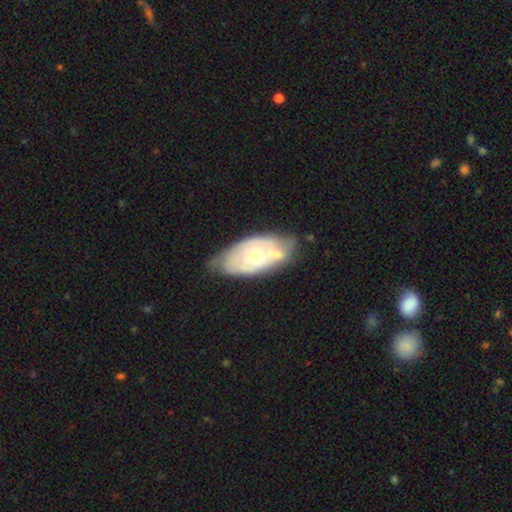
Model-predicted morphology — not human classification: This appears to be a featured or disk galaxy (63%) with no bar (82%), spiral arms (52%) and a moderate central bulge (61%). Merging: none (48%).